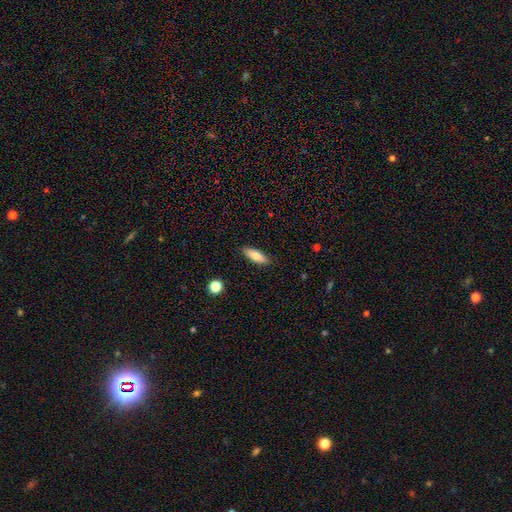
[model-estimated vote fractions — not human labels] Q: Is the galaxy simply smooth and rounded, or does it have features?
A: smooth — 75%.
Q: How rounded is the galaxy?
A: in between — 61%.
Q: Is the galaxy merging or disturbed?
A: none — 88%.